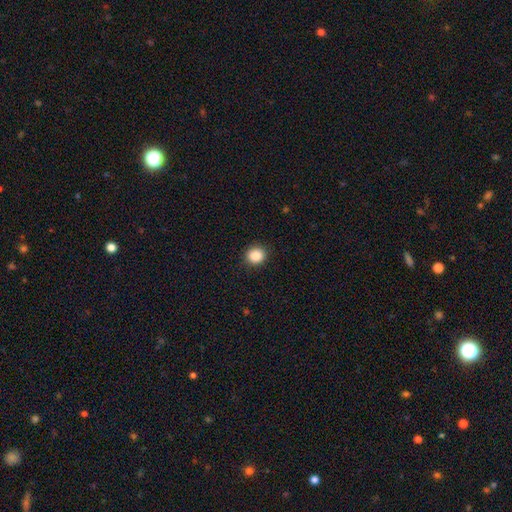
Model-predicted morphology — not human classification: Overall: smooth (88%). How rounded: round (83%). Merging: none (90%).